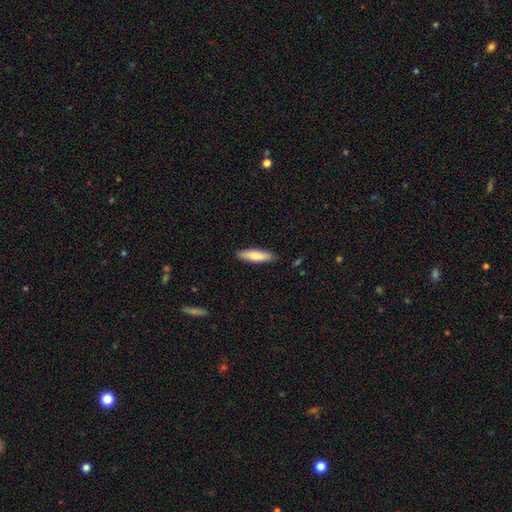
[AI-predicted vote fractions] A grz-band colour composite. It shows a smooth galaxy with no disk features (81%) that is cigar-shaped (66%). Merging: none (88%).